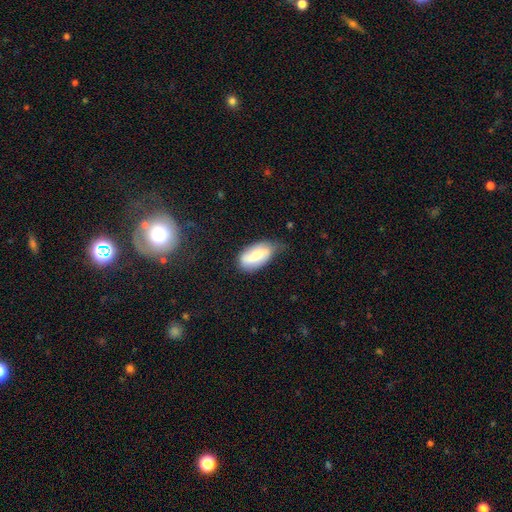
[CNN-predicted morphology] Smooth or featured? smooth (66%)
How rounded? in between (92%)
Merging? none (49%)